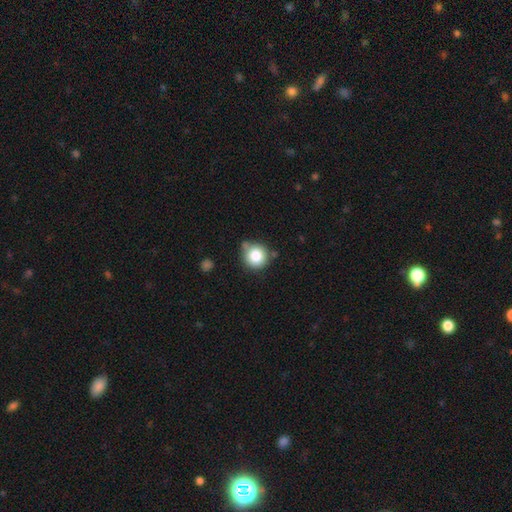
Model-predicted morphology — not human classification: Overall: smooth (83%). How rounded: round (93%). Merging: none (71%).